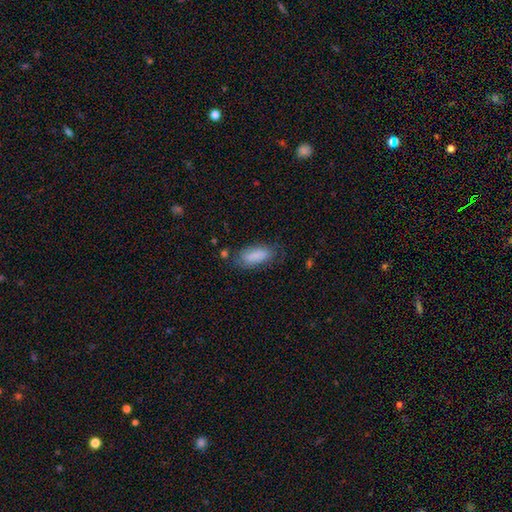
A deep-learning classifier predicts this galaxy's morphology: smooth_or_featured: smooth (p=0.83) [alt: featured or disk p=0.11]
how_rounded: in between (p=0.80) [alt: cigar-shaped p=0.18]
merging: none (p=0.68) [alt: minor disturbance p=0.22]